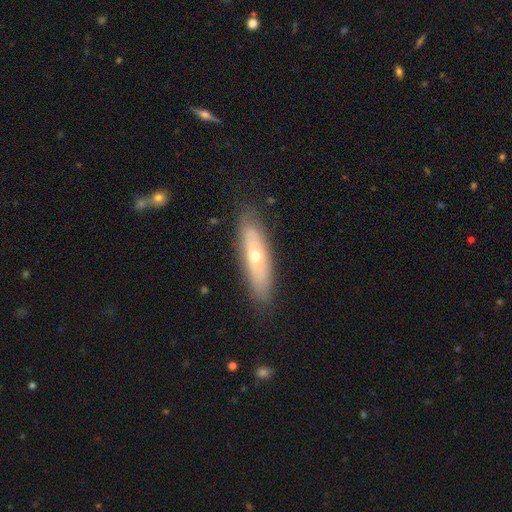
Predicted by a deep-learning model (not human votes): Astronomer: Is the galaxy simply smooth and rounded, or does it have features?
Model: featured or disk — 48% (runner-up: smooth, 45%).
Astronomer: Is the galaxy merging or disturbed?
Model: none — 84%.